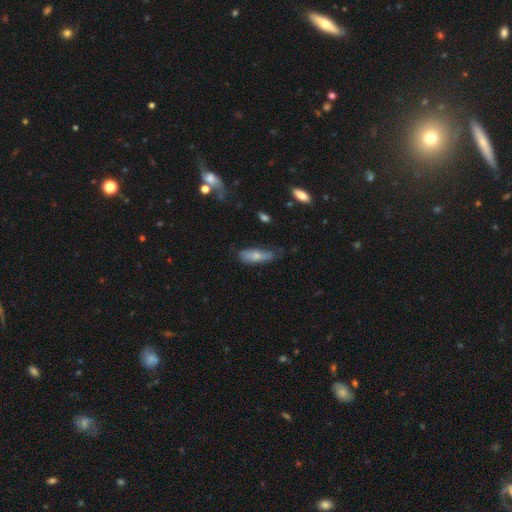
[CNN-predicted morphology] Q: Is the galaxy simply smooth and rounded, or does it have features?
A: smooth — 63%.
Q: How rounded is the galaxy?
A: in between — 57%.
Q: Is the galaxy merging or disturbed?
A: none — 50%.